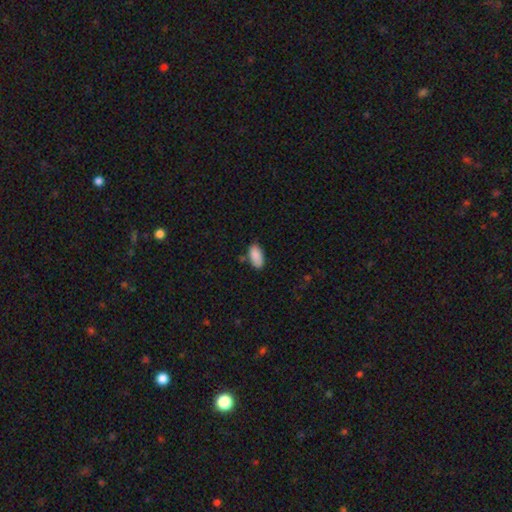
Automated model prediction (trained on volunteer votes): Smooth or featured? Predicted: smooth (p=0.89). How rounded? Predicted: in between (p=0.92). Merging? Predicted: none (p=0.72).